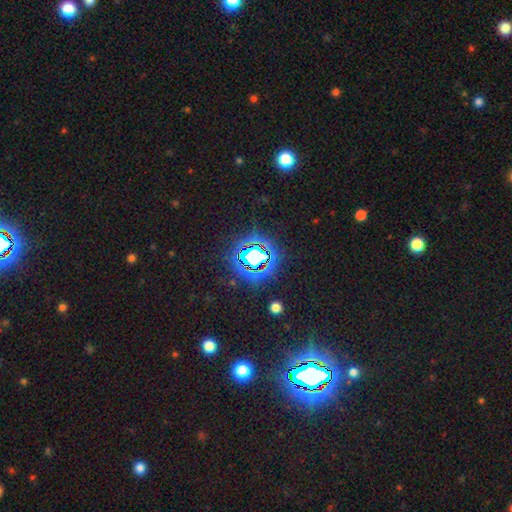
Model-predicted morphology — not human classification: Q: Smooth or featured?
A: star or artifact (82%); runner-up: smooth (11%)